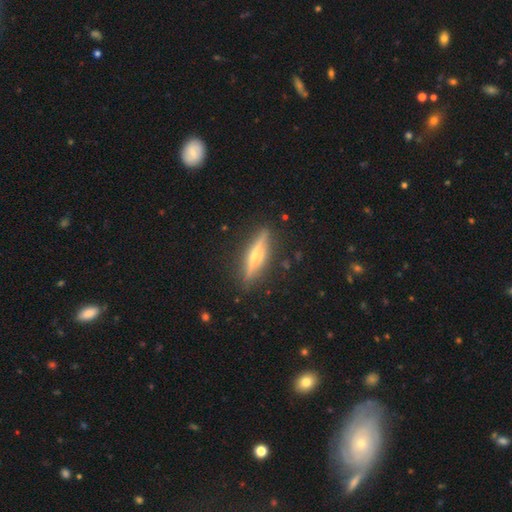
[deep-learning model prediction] Overall: featured or disk (70%). Edge-on disk: yes (96%). Edge-on bulge: rounded (73%). Merging: none (87%).